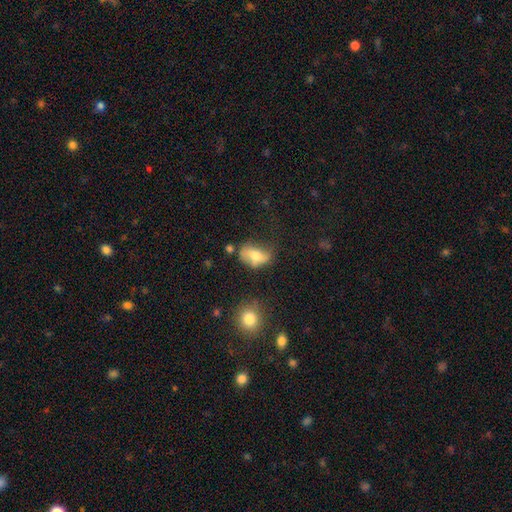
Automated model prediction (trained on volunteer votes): Smooth or featured: smooth — 62% (featured or disk — 28%)
How rounded: in between — 82% (round — 15%)
Merging: none — 42% (minor disturbance — 30%)